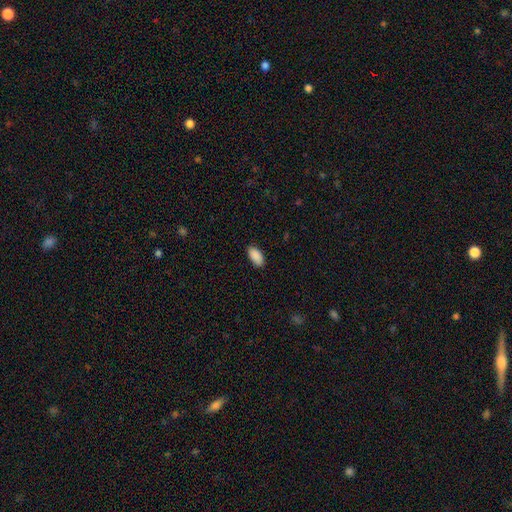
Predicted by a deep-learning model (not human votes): Smooth or featured: smooth — 90% (star or artifact — 7%)
How rounded: in between — 94% (cigar-shaped — 3%)
Merging: none — 85% (minor disturbance — 12%)